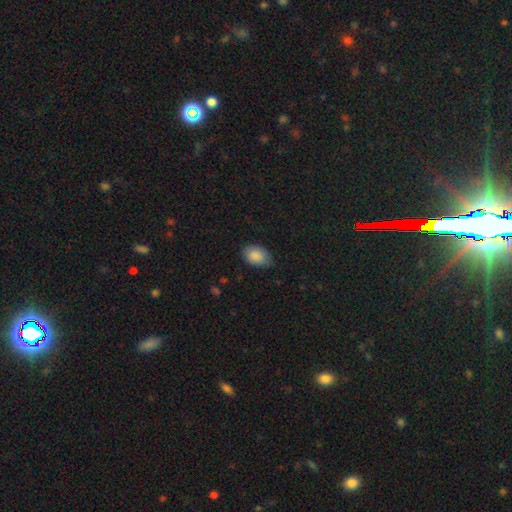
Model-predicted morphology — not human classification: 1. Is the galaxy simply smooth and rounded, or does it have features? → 88% smooth, 7% star or artifact, 5% featured or disk.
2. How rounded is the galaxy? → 88% in between, 11% round, 1% cigar-shaped.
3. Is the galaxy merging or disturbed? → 75% none, 20% minor disturbance, 3% major disturbance, 1% merger.